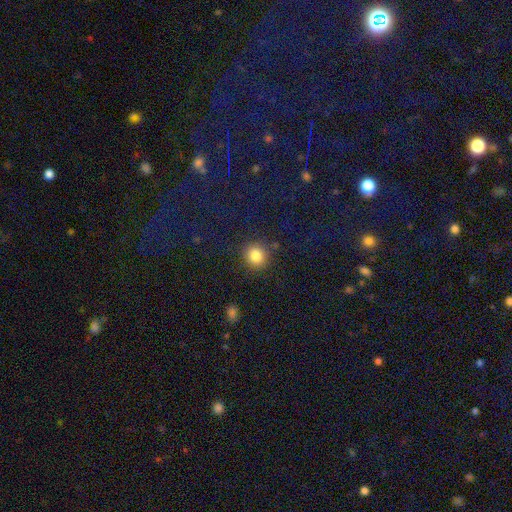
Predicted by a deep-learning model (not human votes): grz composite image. It shows a smooth galaxy with no disk features (84%) that is round (88%). Merging: none (87%).